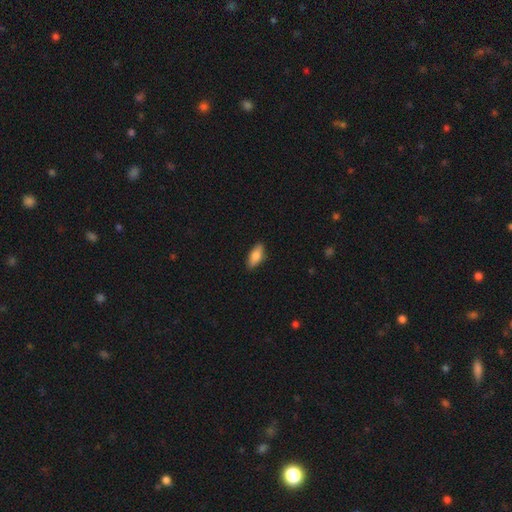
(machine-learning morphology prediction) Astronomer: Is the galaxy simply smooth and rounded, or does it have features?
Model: smooth — 82%.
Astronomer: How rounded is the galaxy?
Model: in between — 82%.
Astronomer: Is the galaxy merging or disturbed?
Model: none — 87%.